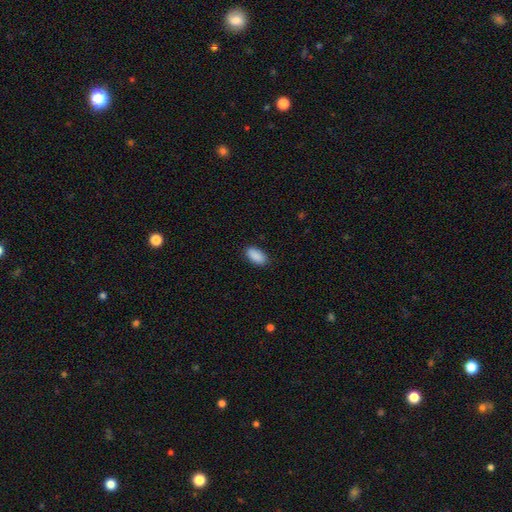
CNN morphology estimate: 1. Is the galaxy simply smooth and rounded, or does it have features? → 91% smooth, 7% star or artifact, 3% featured or disk.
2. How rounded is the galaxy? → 94% in between, 4% cigar-shaped, 3% round.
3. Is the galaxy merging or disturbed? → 87% none, 10% minor disturbance, 2% major disturbance, 1% merger.